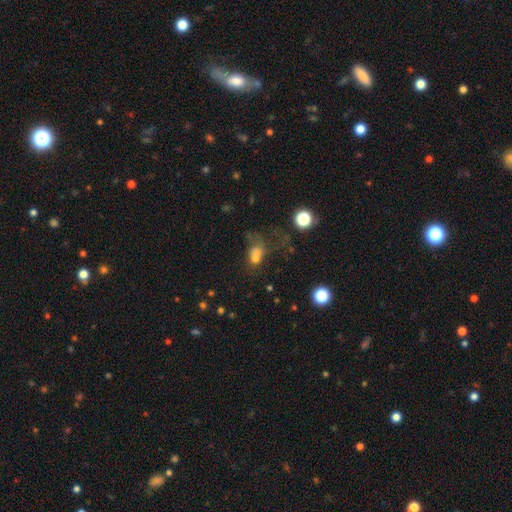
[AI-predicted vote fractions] Overall: smooth (60%; star or artifact 23%). How rounded: in between (52%; round 45%). Merging: merger (37%; none 25%).